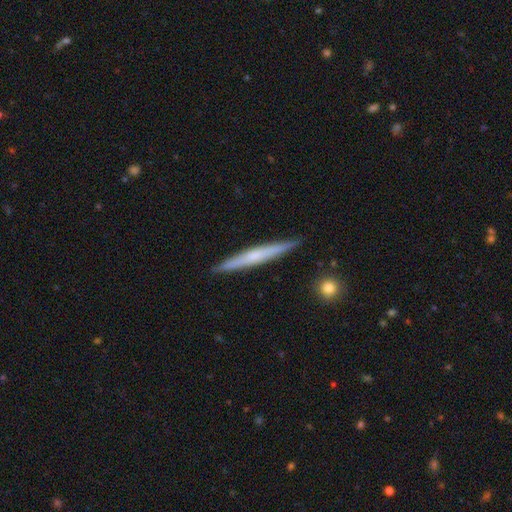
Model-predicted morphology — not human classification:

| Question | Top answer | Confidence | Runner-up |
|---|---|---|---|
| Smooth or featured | featured or disk | 55% | smooth (39%) |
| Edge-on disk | yes | 97% | no (3%) |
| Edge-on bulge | none | 54% | rounded (38%) |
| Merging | none | 91% | minor disturbance (6%) |